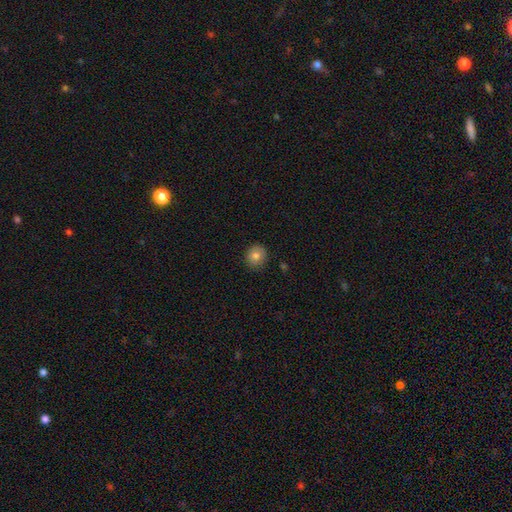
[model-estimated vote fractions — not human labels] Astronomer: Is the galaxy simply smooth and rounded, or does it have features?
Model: smooth — 80%.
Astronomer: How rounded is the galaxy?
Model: round — 89%.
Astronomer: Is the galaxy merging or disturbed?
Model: none — 89%.